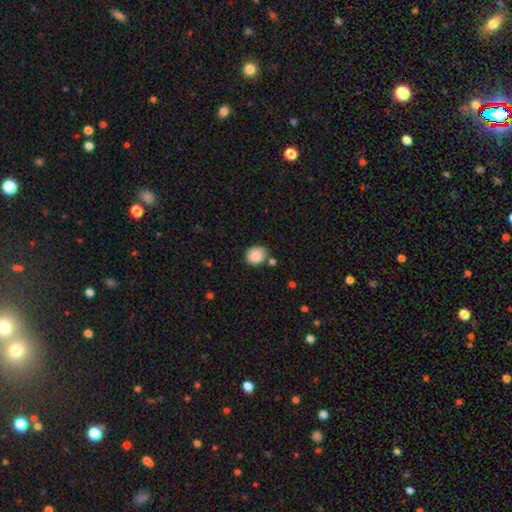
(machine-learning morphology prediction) The model was most divided on "how rounded": round: 76%, in between: 23%, cigar-shaped: 1%. More confident: smooth or featured — smooth (87%); merging — none (78%).